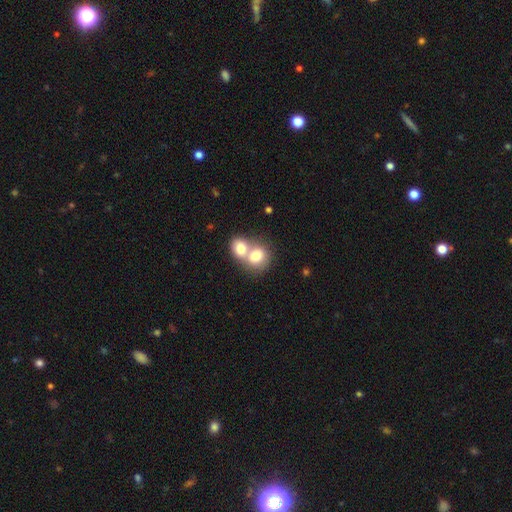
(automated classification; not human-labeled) Smooth or featured: smooth — 74% (featured or disk — 18%)
How rounded: round — 59% (in between — 40%)
Merging: merger — 74% (none — 18%)